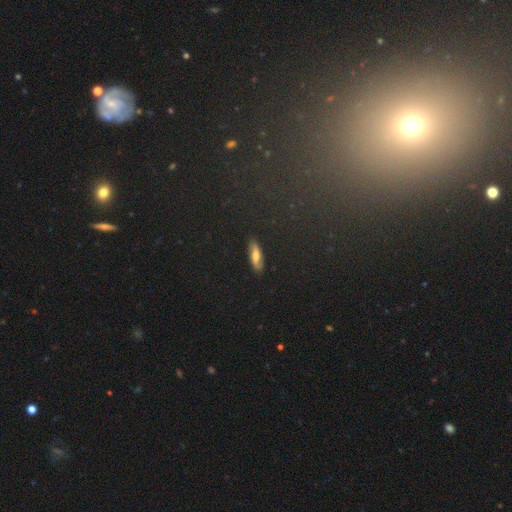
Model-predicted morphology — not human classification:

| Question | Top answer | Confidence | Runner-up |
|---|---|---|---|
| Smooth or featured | smooth | 55% | featured or disk (32%) |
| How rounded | cigar-shaped | 49% | in between (46%) |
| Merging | none | 86% | minor disturbance (10%) |